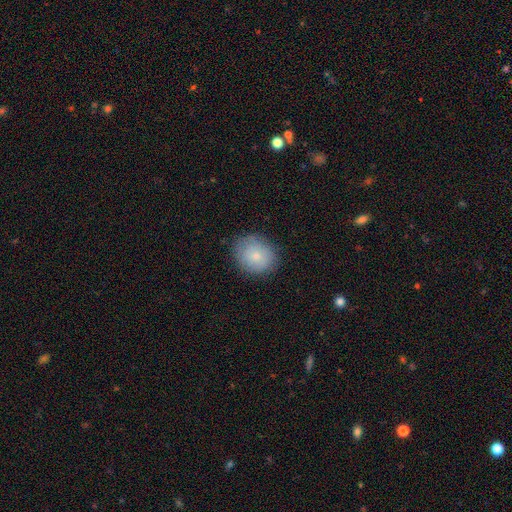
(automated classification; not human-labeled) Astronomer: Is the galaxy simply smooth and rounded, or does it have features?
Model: smooth — 78%.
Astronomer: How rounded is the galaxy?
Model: round — 65%.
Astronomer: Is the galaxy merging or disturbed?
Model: none — 81%.